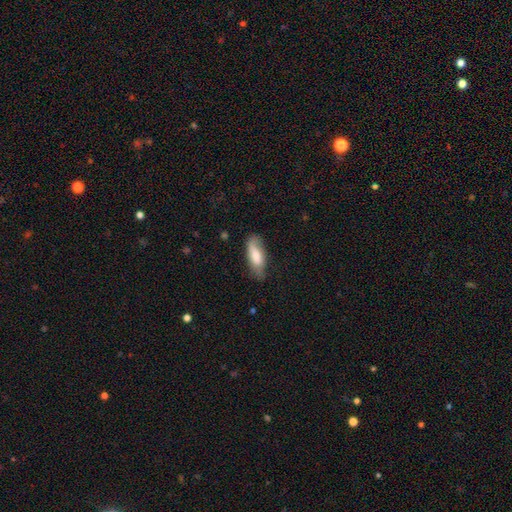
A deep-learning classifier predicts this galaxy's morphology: A smooth galaxy with no disk features (75%) that is in between round and cigar-shaped (69%). Merging: none (67%).